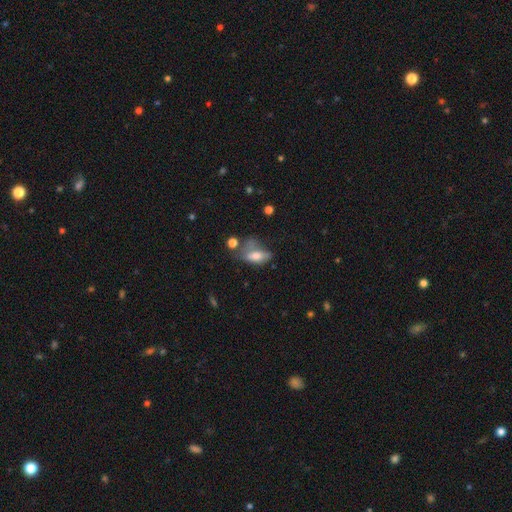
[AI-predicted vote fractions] Morphology: type=smooth (65%); roundness=in between (82%); merging=major disturbance (30%).